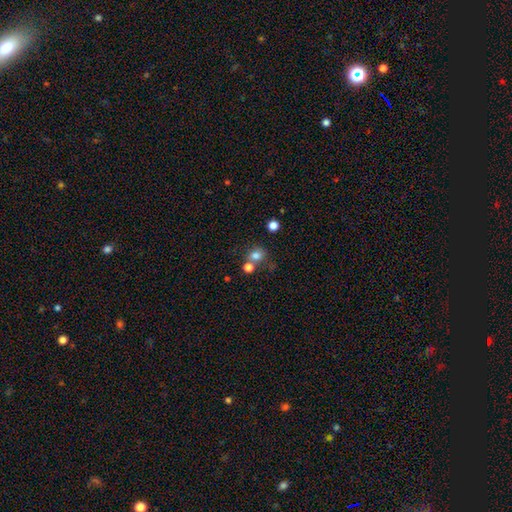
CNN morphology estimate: Smooth or featured? Predicted: smooth (p=0.78). How rounded? Predicted: round (p=0.67). Merging? Predicted: none (p=0.54).